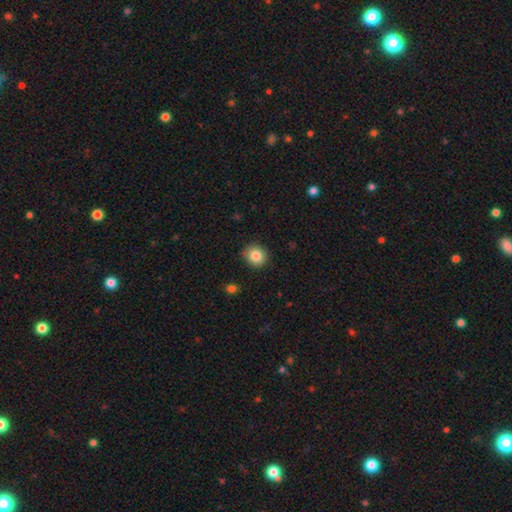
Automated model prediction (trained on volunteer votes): The model was most divided on "how rounded": round: 85%, in between: 14%, cigar-shaped: 1%. More confident: merging — none (86%); smooth or featured — smooth (85%).